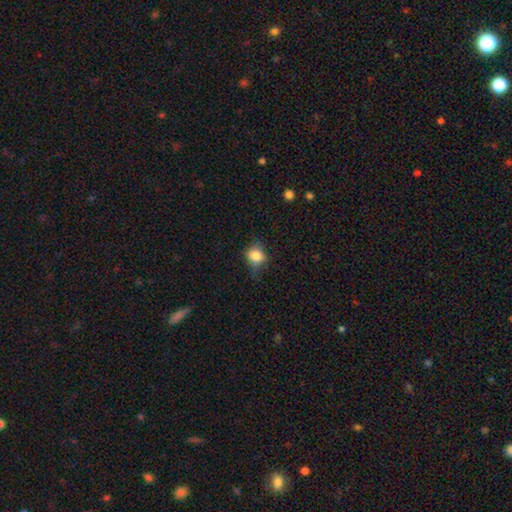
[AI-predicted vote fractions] This appears to be a smooth galaxy with no disk features (80%) that is round (64%). Merging: none (58%).